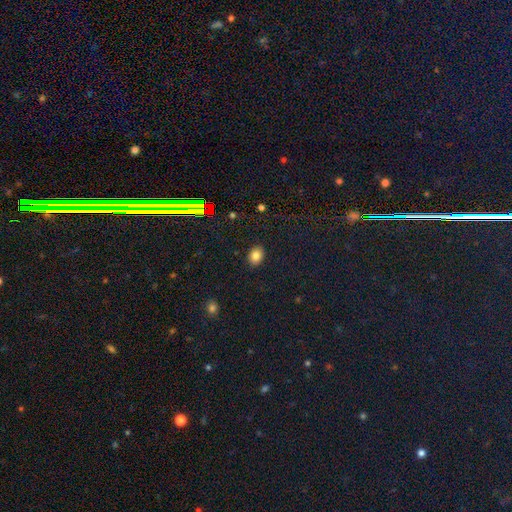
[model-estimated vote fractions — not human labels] A smooth galaxy with no disk features (82%) that is in between round and cigar-shaped (69%).

Vote fractions:
- Smooth or featured? smooth: 82% / star or artifact: 12% / featured or disk: 7%
- How rounded? in between: 69% / round: 30% / cigar-shaped: 1%
- Merging? none: 89% / minor disturbance: 8% / major disturbance: 2% / merger: 1%